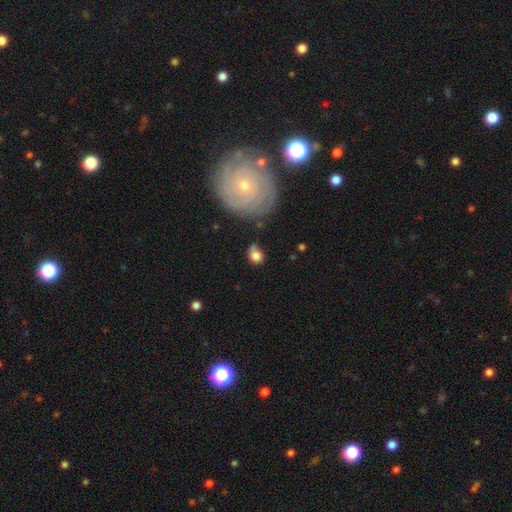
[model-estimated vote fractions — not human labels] This is likely a smooth galaxy (74%). How rounded: likely round (68%). Merging: possibly none (53%).